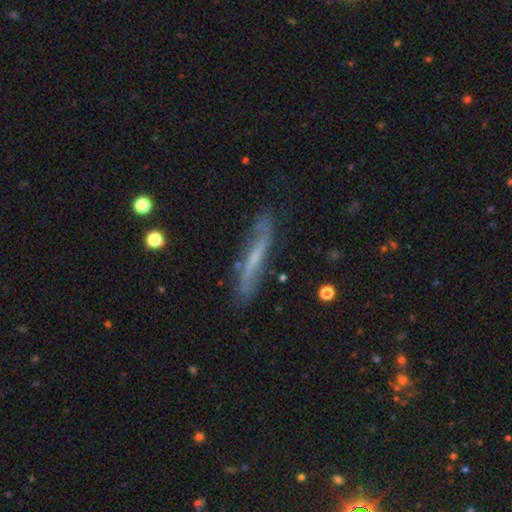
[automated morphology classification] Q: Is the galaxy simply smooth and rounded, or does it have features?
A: featured or disk — 62%.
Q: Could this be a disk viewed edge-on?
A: yes — 68%.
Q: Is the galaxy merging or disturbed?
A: none — 77%.